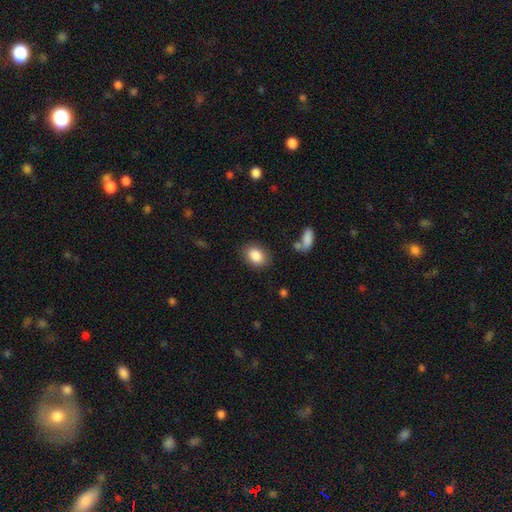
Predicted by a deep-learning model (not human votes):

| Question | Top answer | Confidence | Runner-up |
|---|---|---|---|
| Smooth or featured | smooth | 87% | star or artifact (8%) |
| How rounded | in between | 72% | round (27%) |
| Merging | none | 83% | minor disturbance (12%) |